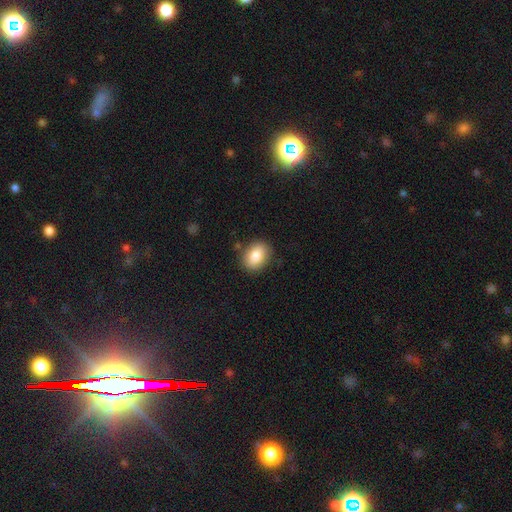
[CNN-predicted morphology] This appears to be a smooth galaxy with no disk features (84%) that is in between round and cigar-shaped (73%). Merging: none (84%).